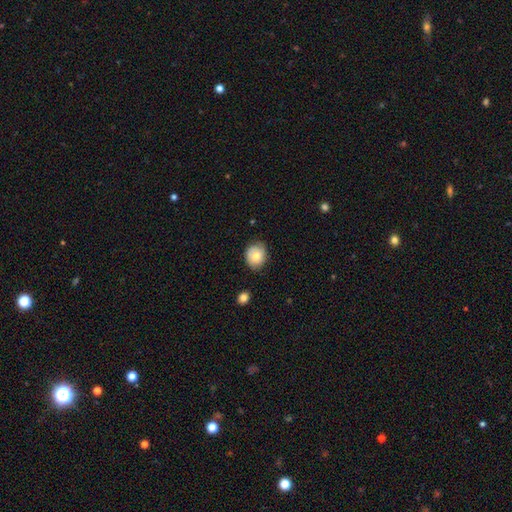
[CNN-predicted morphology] A smooth galaxy with no disk features (73%) that is round (59%).

Vote fractions:
- Smooth or featured? smooth: 73% / featured or disk: 19% / star or artifact: 8%
- How rounded? round: 59% / in between: 40% / cigar-shaped: 1%
- Merging? none: 73% / minor disturbance: 22% / major disturbance: 4% / merger: 2%